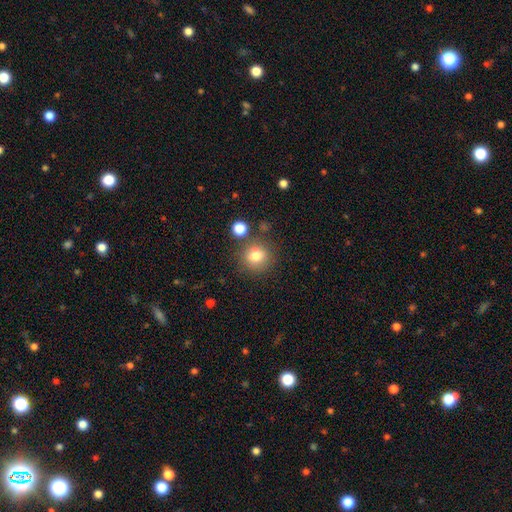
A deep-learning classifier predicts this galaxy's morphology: Smooth or featured? smooth (79%)
How rounded? round (89%)
Merging? none (77%)